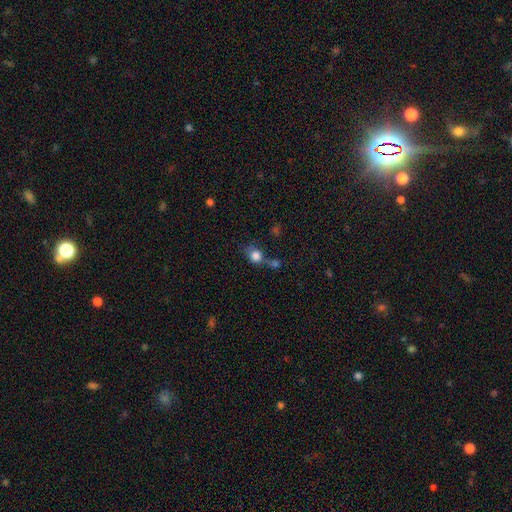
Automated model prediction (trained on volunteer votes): Smooth or featured: smooth — 82% (star or artifact — 11%)
How rounded: round — 69% (in between — 30%)
Merging: none — 44% (merger — 31%)